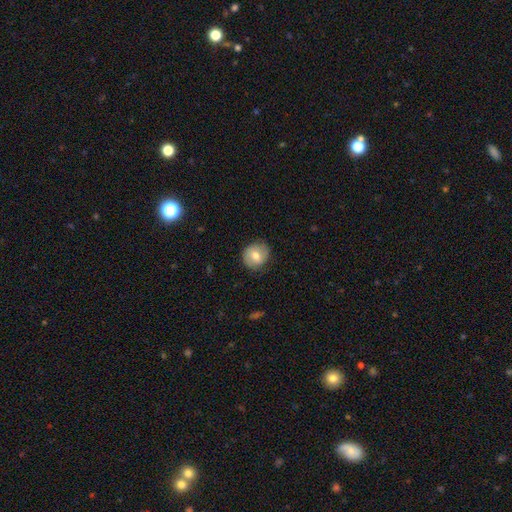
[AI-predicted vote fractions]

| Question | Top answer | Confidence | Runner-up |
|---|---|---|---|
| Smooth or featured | smooth | 67% | featured or disk (26%) |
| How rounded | round | 82% | in between (17%) |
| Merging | none | 81% | minor disturbance (14%) |